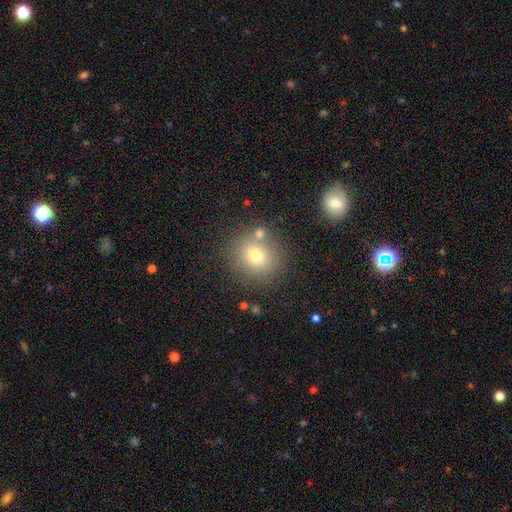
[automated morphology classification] This appears to be a smooth galaxy with no disk features (72%) that is round (85%). Merging: none (75%).